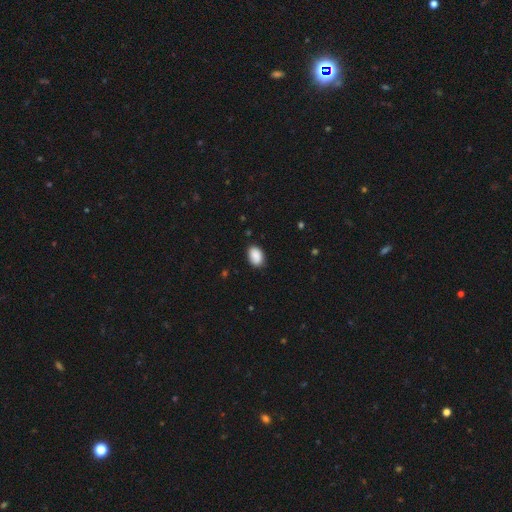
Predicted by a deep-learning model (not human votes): Smooth or featured: smooth — 89% (star or artifact — 7%)
How rounded: in between — 88% (round — 11%)
Merging: none — 84% (minor disturbance — 13%)